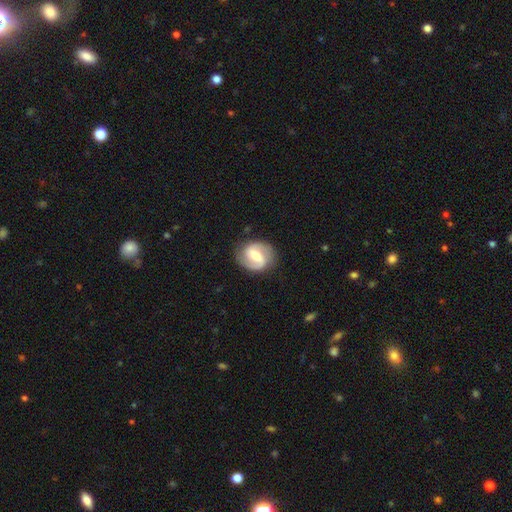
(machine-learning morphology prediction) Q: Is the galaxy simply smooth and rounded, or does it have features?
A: featured or disk — 80%.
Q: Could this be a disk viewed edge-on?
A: no — 97%.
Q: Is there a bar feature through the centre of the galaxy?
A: weak — 44%.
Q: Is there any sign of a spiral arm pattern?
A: yes — 92%.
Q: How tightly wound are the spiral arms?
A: medium — 48%.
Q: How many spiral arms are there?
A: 2 — 90%.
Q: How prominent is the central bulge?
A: moderate — 66%.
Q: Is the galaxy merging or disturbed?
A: none — 85%.